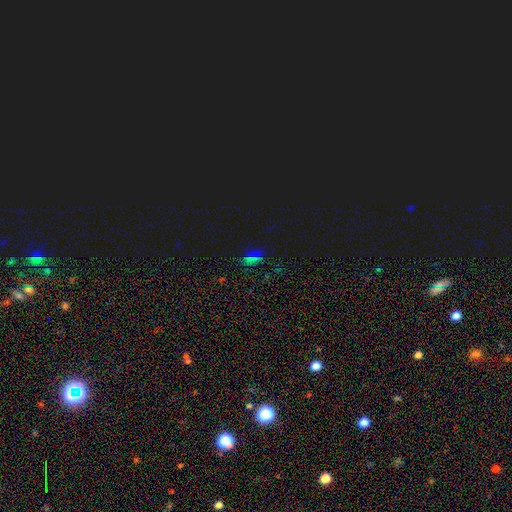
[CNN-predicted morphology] type=star or artifact (57%).